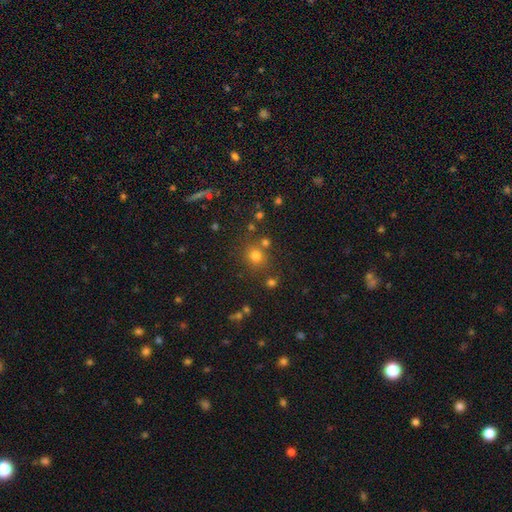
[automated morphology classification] A smooth galaxy with no disk features (74%) that is round (85%). Merging: none (75%).